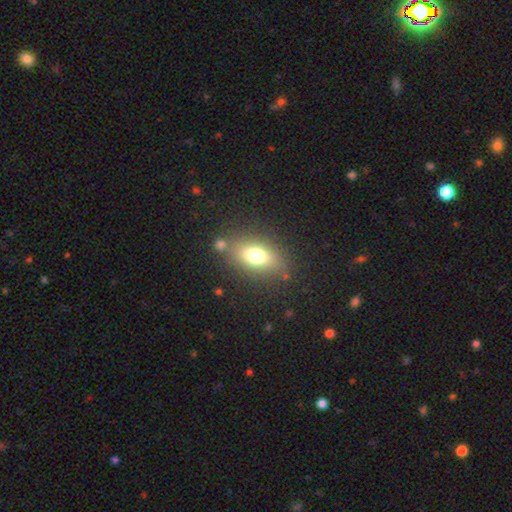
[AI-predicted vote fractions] Morphology: type=smooth (70%); roundness=in between (78%); merging=none (77%).